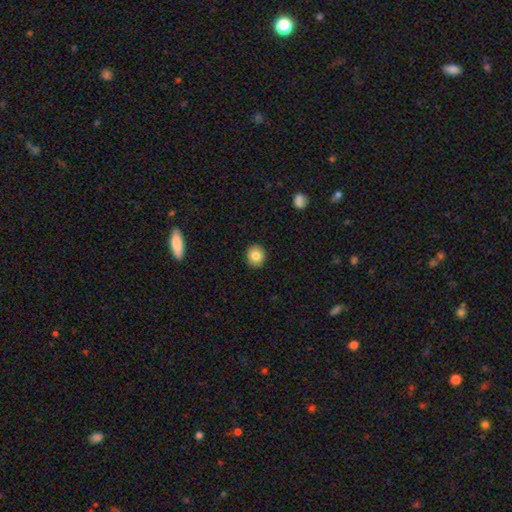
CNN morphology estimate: A smooth galaxy with no disk features (83%) that is round (85%). Merging: none (91%).